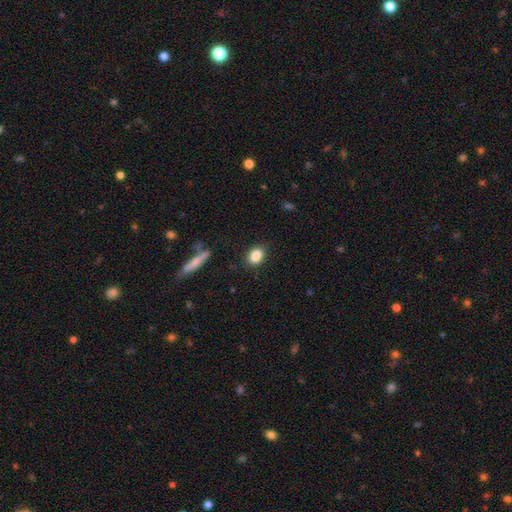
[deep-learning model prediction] Q: Smooth or featured?
A: smooth (86%); runner-up: star or artifact (8%)
Q: How rounded?
A: in between (71%); runner-up: round (27%)
Q: Merging?
A: none (84%); runner-up: minor disturbance (12%)